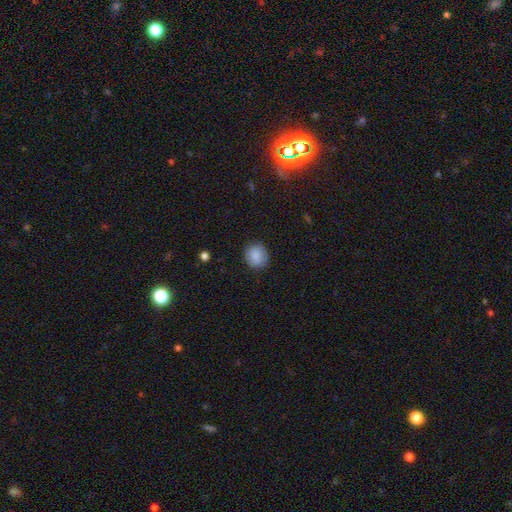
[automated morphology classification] smooth_or_featured: smooth (p=0.86) [alt: star or artifact p=0.08]
how_rounded: round (p=0.74) [alt: in between p=0.25]
merging: none (p=0.85) [alt: minor disturbance p=0.11]